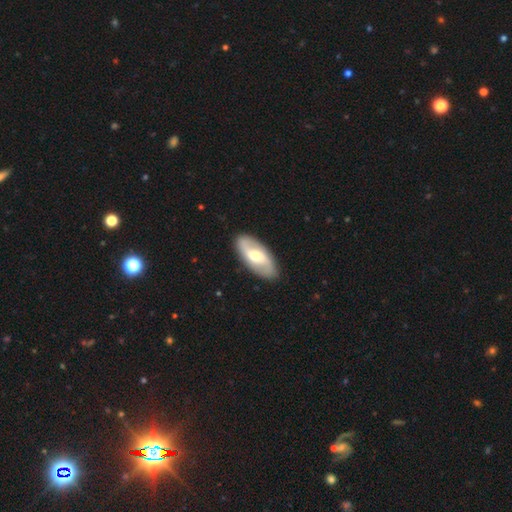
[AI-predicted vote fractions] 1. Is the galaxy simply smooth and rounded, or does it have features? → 66% featured or disk, 29% smooth, 5% star or artifact.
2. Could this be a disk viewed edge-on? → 91% no, 9% yes.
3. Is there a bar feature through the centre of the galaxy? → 41% weak (tied), 41% no (tied), 18% strong.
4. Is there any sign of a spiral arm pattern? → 80% yes, 20% no.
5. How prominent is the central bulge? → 69% moderate, 22% small, 7% large, 1% none, 1% dominant.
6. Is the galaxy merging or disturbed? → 89% none, 8% minor disturbance, 2% major disturbance, 1% merger.